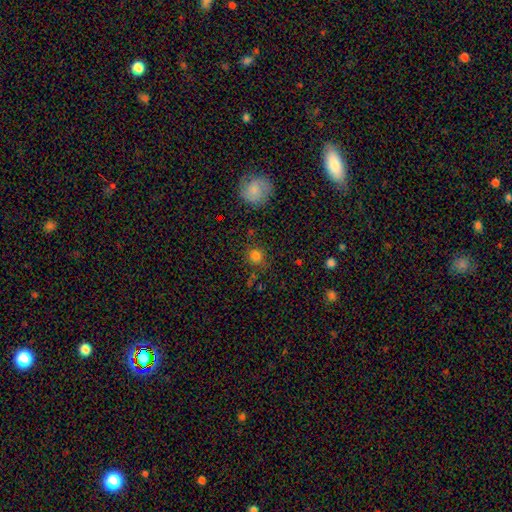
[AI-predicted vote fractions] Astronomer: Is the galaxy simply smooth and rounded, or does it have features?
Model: smooth — 79%.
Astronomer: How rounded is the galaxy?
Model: round — 88%.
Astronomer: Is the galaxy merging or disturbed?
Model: none — 81%.